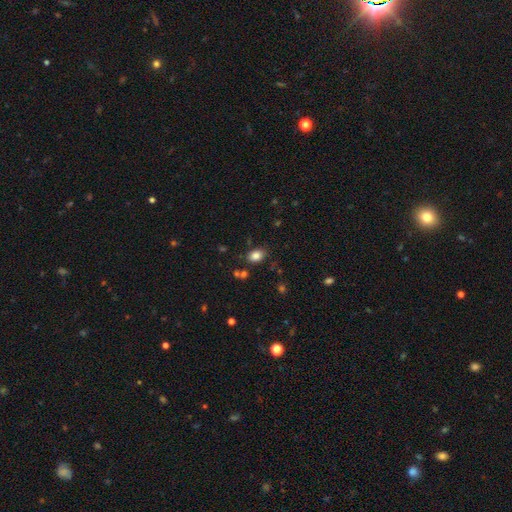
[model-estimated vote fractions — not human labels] Morphology: type=smooth (84%); roundness=in between (74%); merging=none (80%).